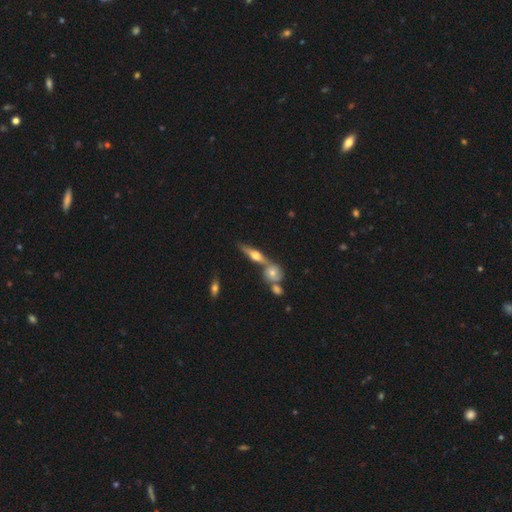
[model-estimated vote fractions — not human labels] Overall: featured or disk (63%; smooth 29%). Edge-on disk: yes (90%). Edge-on bulge: rounded (93%). Merging: none (56%; merger 31%).